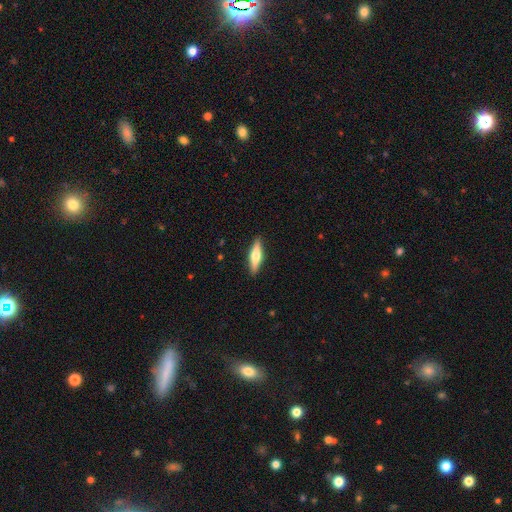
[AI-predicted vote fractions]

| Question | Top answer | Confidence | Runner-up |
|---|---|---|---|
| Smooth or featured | featured or disk | 49% | smooth (45%) |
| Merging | none | 90% | minor disturbance (7%) |